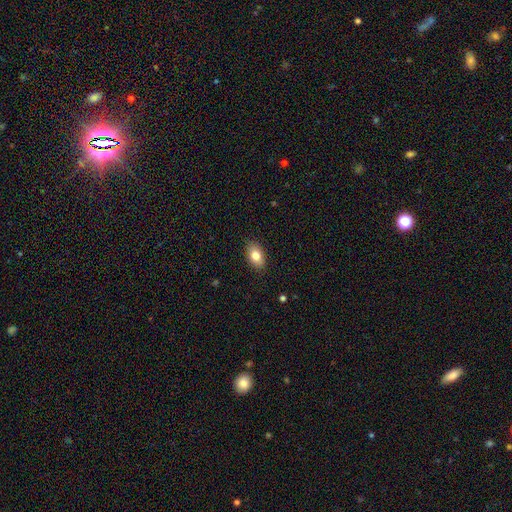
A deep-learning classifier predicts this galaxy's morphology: This appears to be a smooth galaxy with no disk features (81%) that is in between round and cigar-shaped (89%). Merging: none (88%).